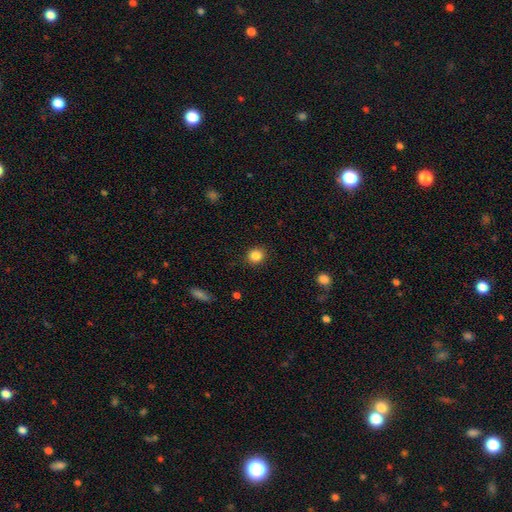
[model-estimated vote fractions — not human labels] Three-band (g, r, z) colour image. It shows a smooth galaxy with no disk features (85%) that is round (86%). Merging: none (90%).